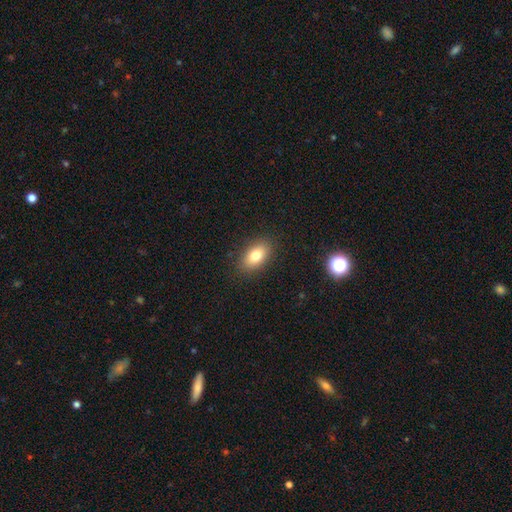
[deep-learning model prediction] Smooth or featured?
  - smooth: 78% *
  - featured or disk: 13%
  - star or artifact: 9%
How rounded?
  - in between: 88% *
  - round: 9%
  - cigar-shaped: 3%
Merging?
  - none: 88% *
  - minor disturbance: 9%
  - major disturbance: 3%
  - merger: 1%